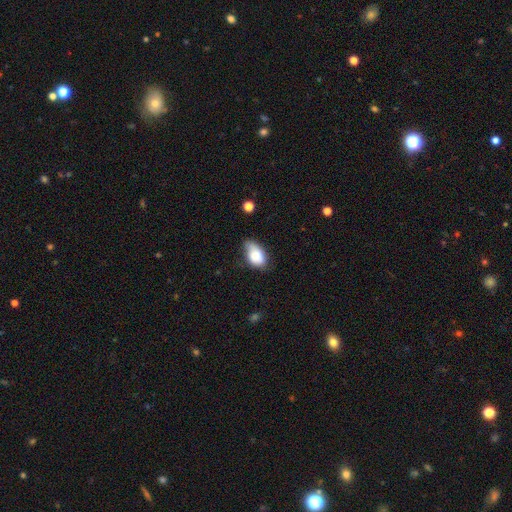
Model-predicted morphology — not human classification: This appears to be a smooth galaxy with no disk features (81%) that is in between round and cigar-shaped (90%). Merging: minor disturbance (43%).